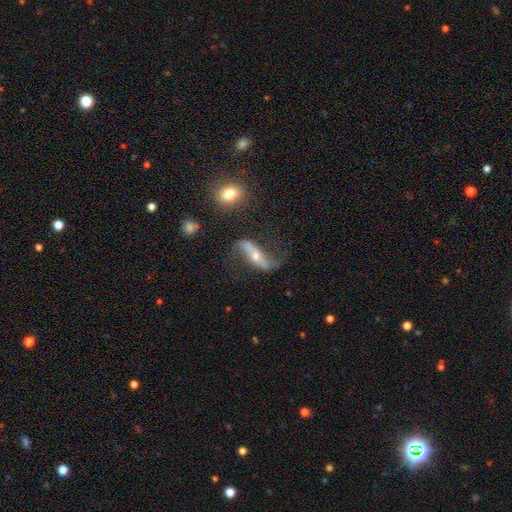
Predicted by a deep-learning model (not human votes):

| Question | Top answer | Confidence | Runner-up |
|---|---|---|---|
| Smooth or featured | featured or disk | 85% | smooth (9%) |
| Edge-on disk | no | 87% | yes (13%) |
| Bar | strong | 47% | no (28%) |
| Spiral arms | yes | 94% | no (6%) |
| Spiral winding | loose | 88% | medium (9%) |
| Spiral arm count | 2 | 93% | 1 (2%) |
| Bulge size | small | 51% | moderate (42%) |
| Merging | none | 67% | minor disturbance (16%) |